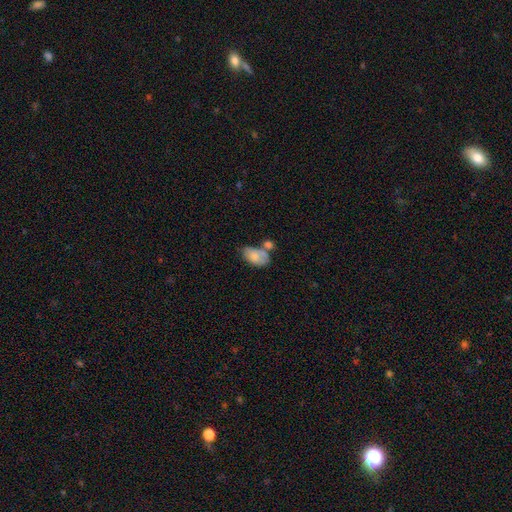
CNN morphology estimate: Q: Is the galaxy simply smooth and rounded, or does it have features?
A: smooth — 75%.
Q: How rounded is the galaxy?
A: in between — 91%.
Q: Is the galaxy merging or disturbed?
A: merger — 36%.